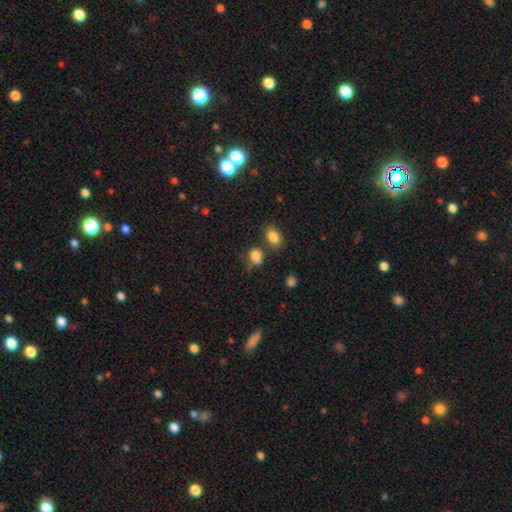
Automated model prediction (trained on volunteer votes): smooth-or-featured: smooth: 82% | star or artifact: 12% | featured or disk: 6%
  how-rounded: in between: 53% | round: 45% | cigar-shaped: 1%
  merging: none: 52% | minor disturbance: 23% | merger: 15% | major disturbance: 9%